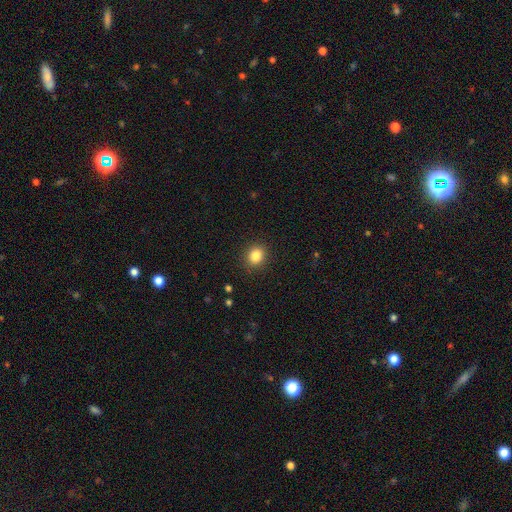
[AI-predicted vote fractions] Smooth or featured? smooth (85%)
How rounded? round (73%)
Merging? none (90%)